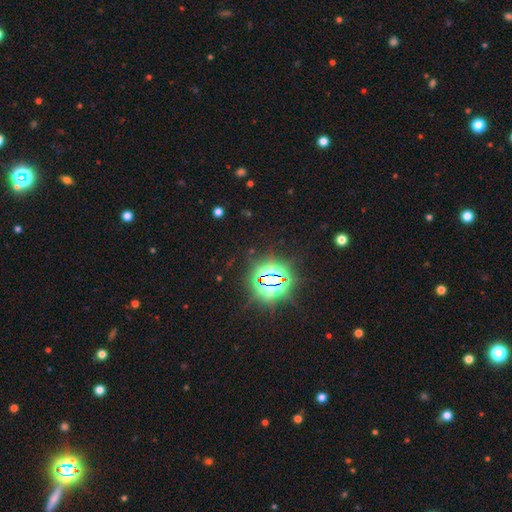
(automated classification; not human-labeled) Overall: star or artifact (85%).